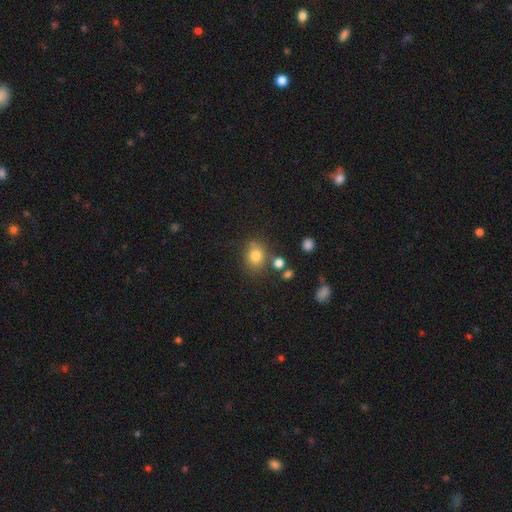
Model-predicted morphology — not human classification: A smooth galaxy with no disk features (79%) that is round (61%).

Vote fractions:
- Smooth or featured? smooth: 79% / star or artifact: 12% / featured or disk: 8%
- How rounded? round: 61% / in between: 38% / cigar-shaped: 1%
- Merging? none: 71% / minor disturbance: 15% / merger: 9% / major disturbance: 5%